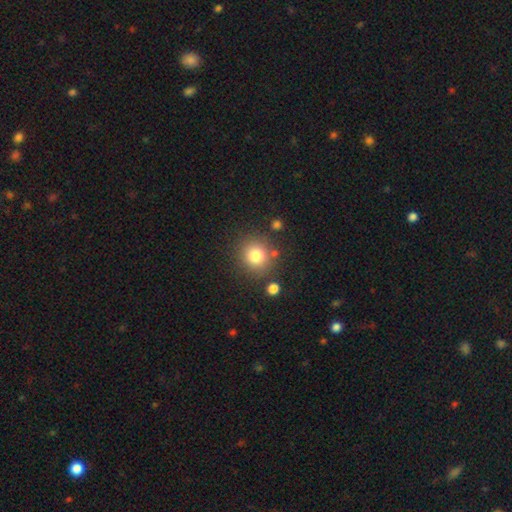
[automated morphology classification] smooth-or-featured: smooth: 80% | star or artifact: 12% | featured or disk: 8%
  how-rounded: round: 88% | in between: 11% | cigar-shaped: 1%
  merging: none: 82% | minor disturbance: 9% | merger: 5% | major disturbance: 4%